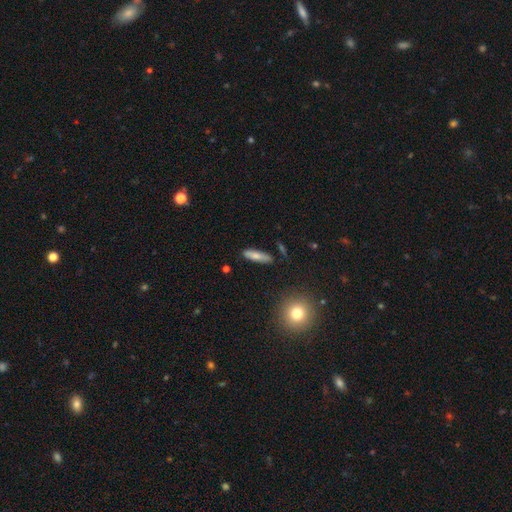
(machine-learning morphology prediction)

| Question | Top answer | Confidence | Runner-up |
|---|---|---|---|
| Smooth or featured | smooth | 72% | featured or disk (20%) |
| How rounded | cigar-shaped | 65% | in between (32%) |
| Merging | none | 84% | minor disturbance (11%) |